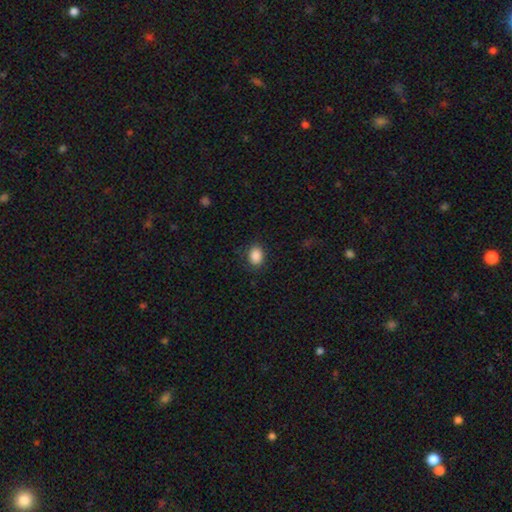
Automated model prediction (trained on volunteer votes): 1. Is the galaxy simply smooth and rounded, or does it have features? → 88% smooth, 8% star or artifact, 3% featured or disk.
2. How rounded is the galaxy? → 67% in between, 32% round, 1% cigar-shaped.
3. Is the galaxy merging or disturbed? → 86% none, 10% minor disturbance, 3% major disturbance, 1% merger.